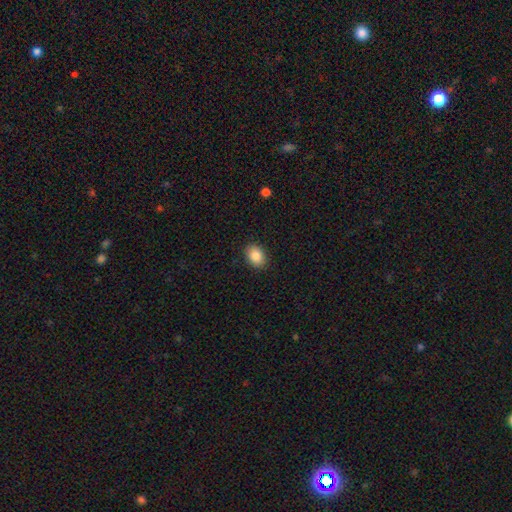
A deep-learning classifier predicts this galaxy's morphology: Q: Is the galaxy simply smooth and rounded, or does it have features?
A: smooth — 86%.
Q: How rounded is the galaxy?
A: in between — 72%.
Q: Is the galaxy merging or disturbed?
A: none — 89%.